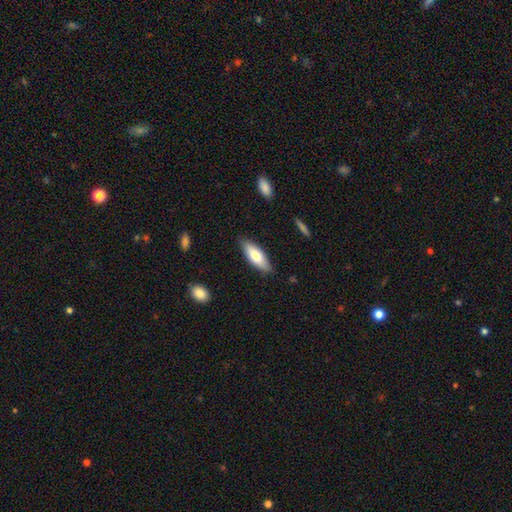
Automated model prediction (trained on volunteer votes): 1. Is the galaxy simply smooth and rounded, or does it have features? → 73% smooth, 22% featured or disk, 6% star or artifact.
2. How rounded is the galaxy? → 68% in between, 30% cigar-shaped, 2% round.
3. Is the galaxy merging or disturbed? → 85% none, 11% minor disturbance, 2% major disturbance, 1% merger.